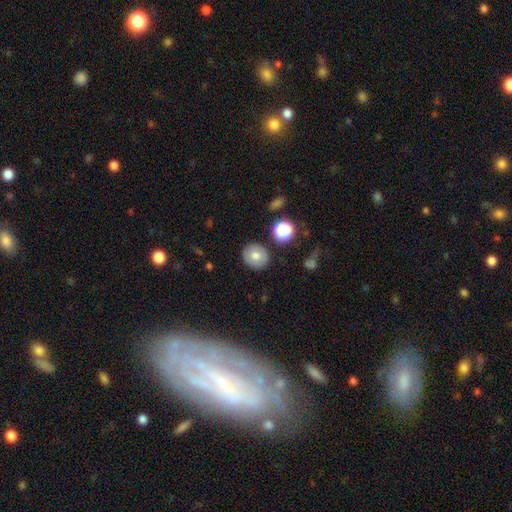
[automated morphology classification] This appears to be a smooth galaxy with no disk features (73%) that is round (77%). Merging: none (86%).